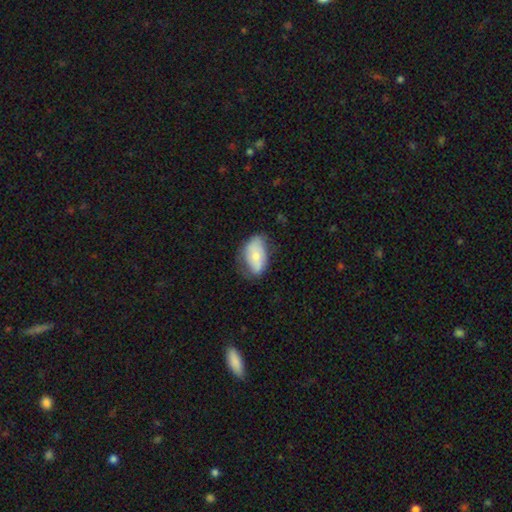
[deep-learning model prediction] A smooth galaxy with no disk features (66%) that is in between round and cigar-shaped (91%). Merging: none (55%).